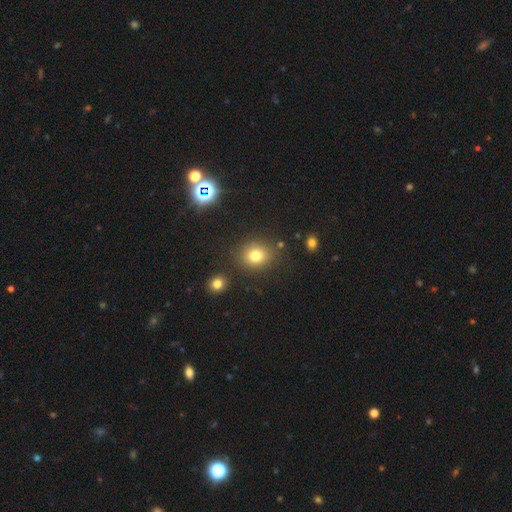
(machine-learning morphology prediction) smooth 77%, star or artifact 15%, featured or disk 8%. Down the decision tree: how rounded — round (71%); merging — none (82%).